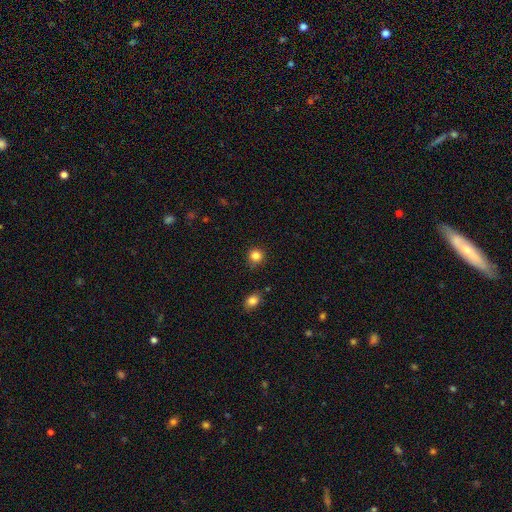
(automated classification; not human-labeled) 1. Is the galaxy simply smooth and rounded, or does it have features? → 83% smooth, 12% star or artifact, 4% featured or disk.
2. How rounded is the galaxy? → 92% round, 7% in between, 1% cigar-shaped.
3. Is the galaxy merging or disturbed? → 86% none, 10% minor disturbance, 2% major disturbance, 2% merger.